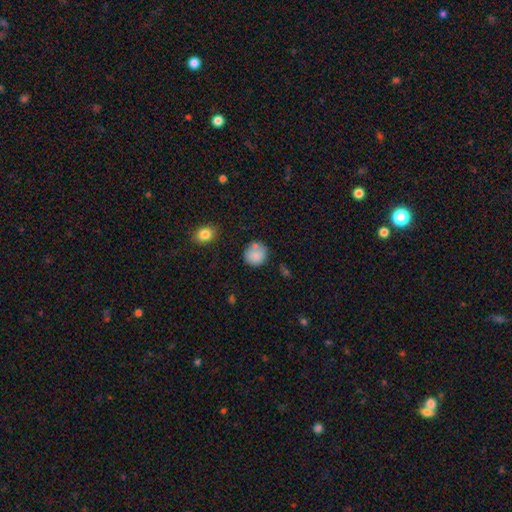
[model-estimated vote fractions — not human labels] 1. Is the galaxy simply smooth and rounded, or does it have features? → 84% smooth, 9% star or artifact, 8% featured or disk.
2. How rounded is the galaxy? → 86% round, 13% in between, 1% cigar-shaped.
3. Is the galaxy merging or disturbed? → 71% none, 16% minor disturbance, 9% merger, 5% major disturbance.